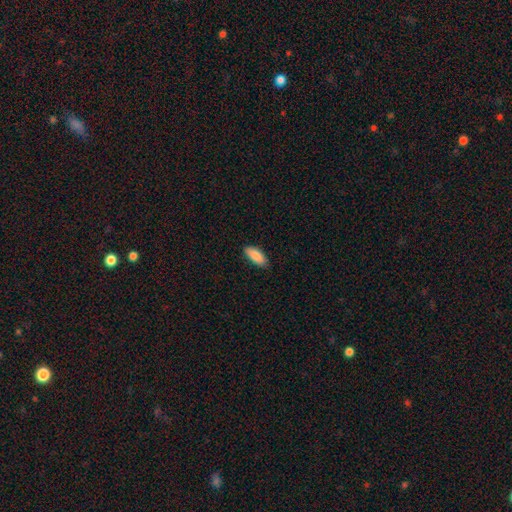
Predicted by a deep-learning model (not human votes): smooth_or_featured: smooth (p=0.89) [alt: star or artifact p=0.06]
how_rounded: in between (p=0.83) [alt: cigar-shaped p=0.15]
merging: none (p=0.85) [alt: minor disturbance p=0.12]